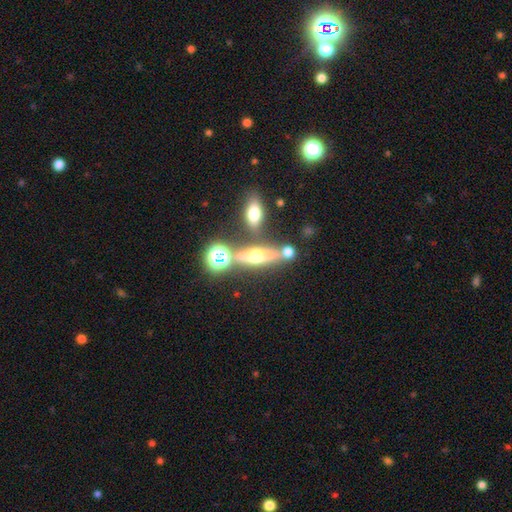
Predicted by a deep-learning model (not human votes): Smooth or featured: featured or disk — 47% (smooth — 37%)
Merging: none — 60% (merger — 22%)